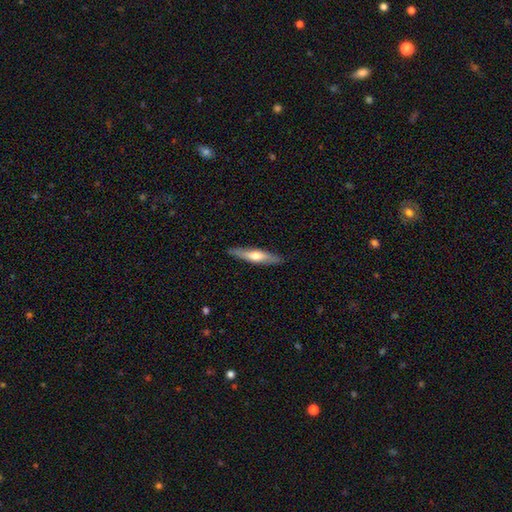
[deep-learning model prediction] Smooth or featured: featured or disk — 48% (smooth — 47%)
Merging: none — 87% (minor disturbance — 10%)